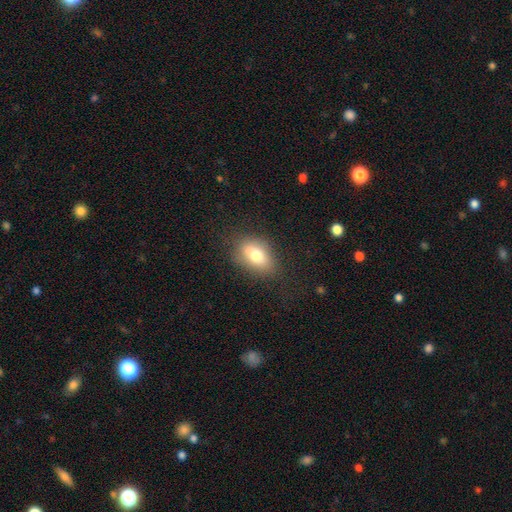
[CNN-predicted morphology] The model was most divided on "smooth or featured": smooth: 72%, featured or disk: 18%, star or artifact: 9%. More confident: how rounded — in between (83%); merging — none (76%).